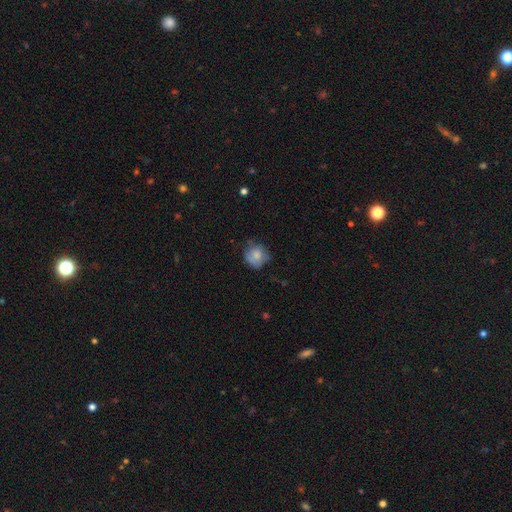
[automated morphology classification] Overall: smooth (73%). How rounded: round (84%). Merging: none (59%; minor disturbance 29%).